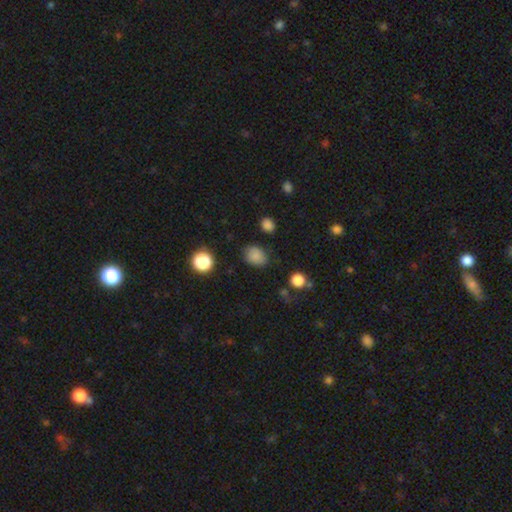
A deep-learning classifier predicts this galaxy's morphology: Overall: smooth (84%). How rounded: round (50%; in between 49%). Merging: none (78%).